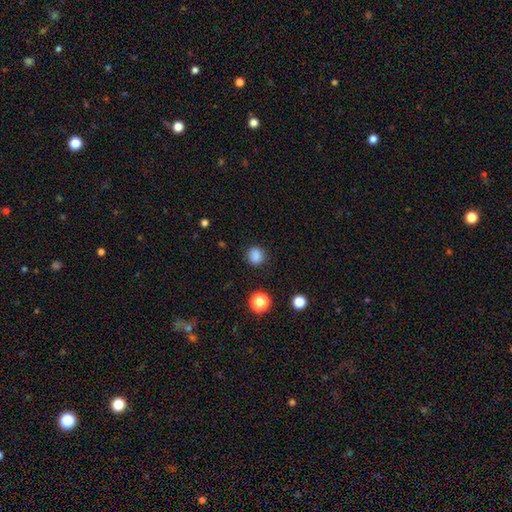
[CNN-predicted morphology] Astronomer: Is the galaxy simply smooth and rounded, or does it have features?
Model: smooth — 84%.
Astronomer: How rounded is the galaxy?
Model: round — 83%.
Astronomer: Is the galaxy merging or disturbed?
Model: none — 85%.